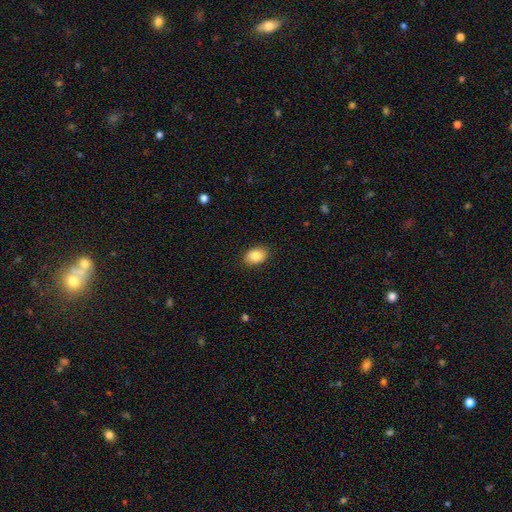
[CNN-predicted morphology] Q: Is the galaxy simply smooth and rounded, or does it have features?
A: smooth — 84%.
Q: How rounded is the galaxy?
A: in between — 80%.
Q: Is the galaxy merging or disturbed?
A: none — 87%.